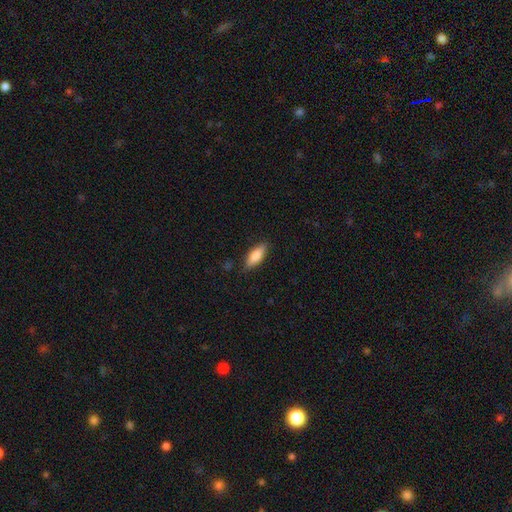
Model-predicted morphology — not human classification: This appears to be a smooth galaxy with no disk features (78%) that is in between round and cigar-shaped (66%). Merging: none (84%).